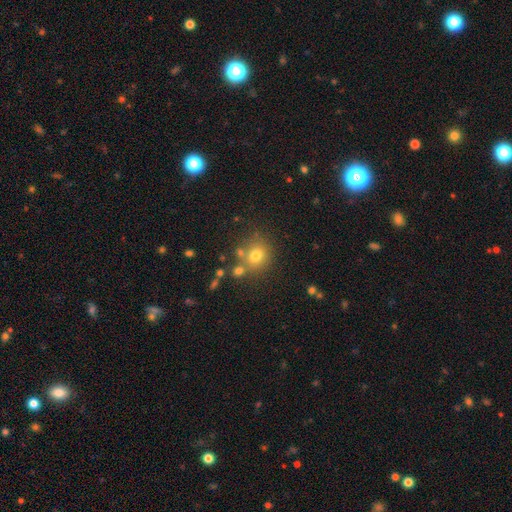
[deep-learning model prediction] smooth-or-featured: smooth: 73% | star or artifact: 16% | featured or disk: 11%
  how-rounded: round: 84% | in between: 15% | cigar-shaped: 1%
  merging: none: 69% | merger: 14% | minor disturbance: 12% | major disturbance: 5%